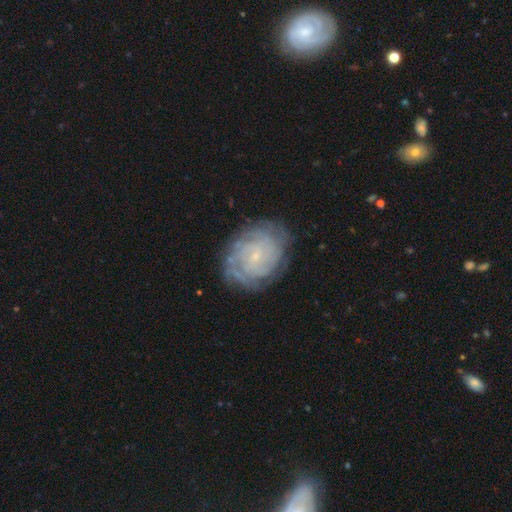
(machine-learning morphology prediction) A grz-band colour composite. It shows a featured or disk galaxy (77%) with no bar (65%), tight (77%) spiral arms (95%) and a small central bulge (80%). Merging: none (79%).